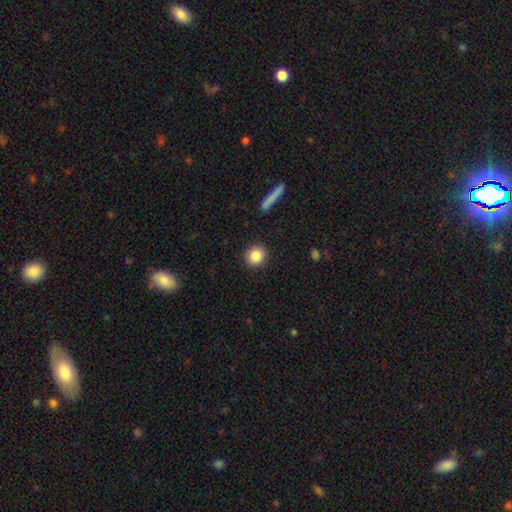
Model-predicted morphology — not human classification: A smooth galaxy with no disk features (86%) that is round (89%). Merging: none (92%).